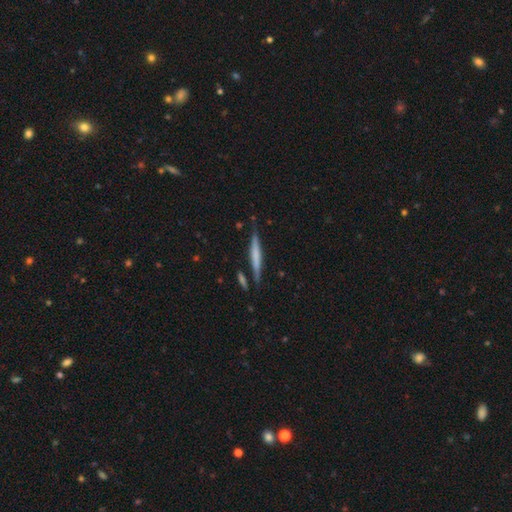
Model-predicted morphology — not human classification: Q: Smooth or featured?
A: featured or disk (48%); runner-up: smooth (46%)
Q: Merging?
A: none (81%); runner-up: minor disturbance (12%)